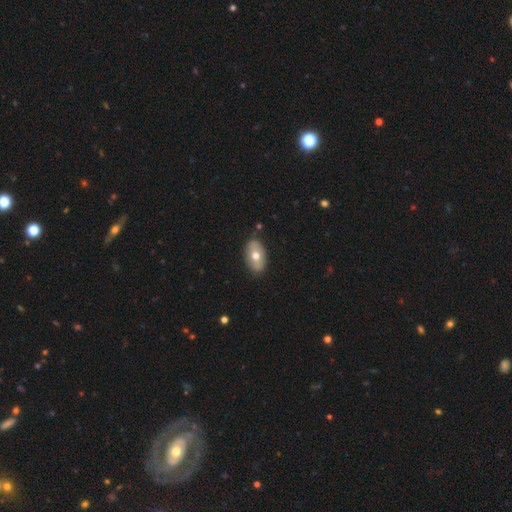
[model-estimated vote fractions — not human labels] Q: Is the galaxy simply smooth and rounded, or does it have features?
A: smooth — 61%.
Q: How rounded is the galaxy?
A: in between — 90%.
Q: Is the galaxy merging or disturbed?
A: none — 84%.